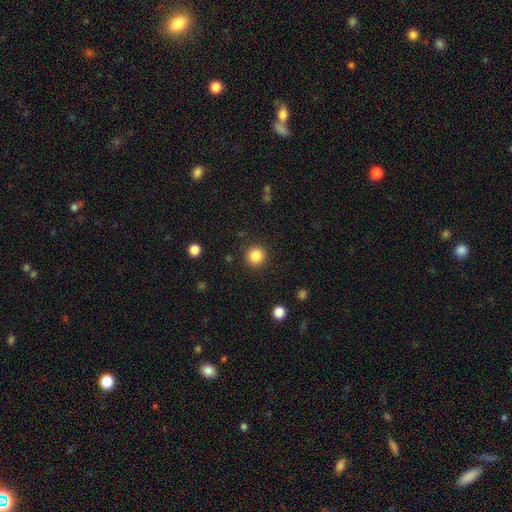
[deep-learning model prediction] smooth 85%, star or artifact 11%, featured or disk 4%. Down the decision tree: how rounded — round (95%); merging — none (90%).